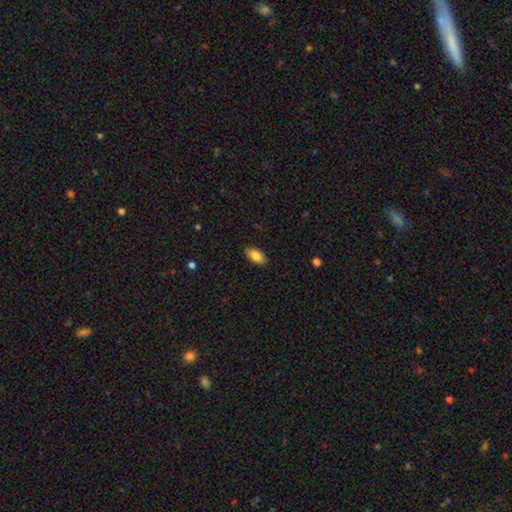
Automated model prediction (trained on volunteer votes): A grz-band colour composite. It shows a smooth galaxy with no disk features (86%) that is in between round and cigar-shaped (93%). Merging: none (89%).